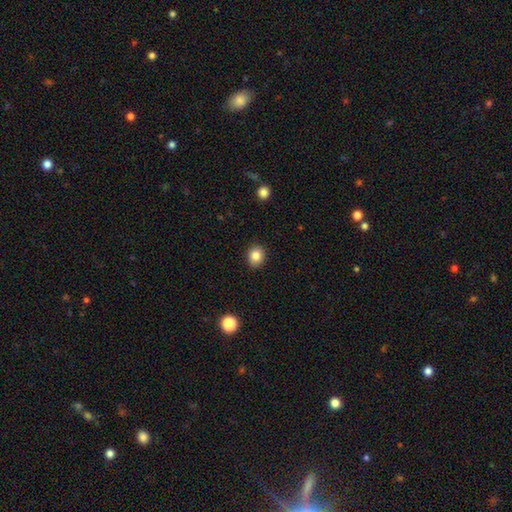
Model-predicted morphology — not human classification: Smooth or featured? Predicted: smooth (p=0.84). How rounded? Predicted: round (p=0.69). Merging? Predicted: none (p=0.90).